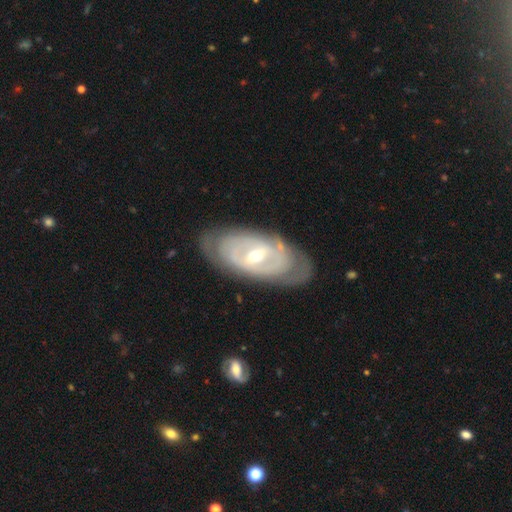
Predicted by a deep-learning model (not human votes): Q: Smooth or featured?
A: featured or disk (81%); runner-up: smooth (14%)
Q: Edge-on disk?
A: no (92%); runner-up: yes (8%)
Q: Bar?
A: weak (45%); runner-up: strong (37%)
Q: Spiral arms?
A: yes (74%); runner-up: no (26%)
Q: Spiral winding?
A: tight (70%); runner-up: medium (22%)
Q: Spiral arm count?
A: can't tell (51%); runner-up: 2 (33%)
Q: Bulge size?
A: moderate (55%); runner-up: small (40%)
Q: Merging?
A: none (76%); runner-up: minor disturbance (17%)